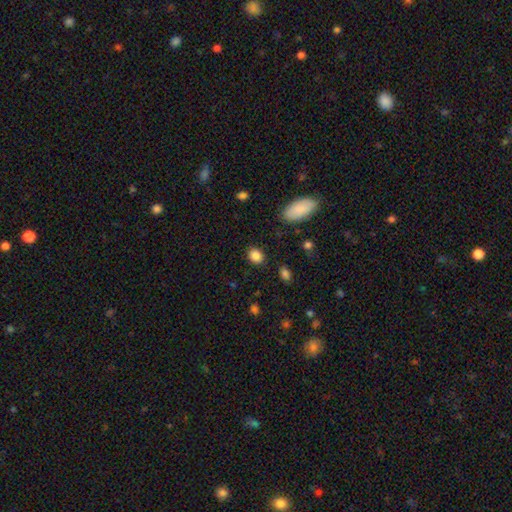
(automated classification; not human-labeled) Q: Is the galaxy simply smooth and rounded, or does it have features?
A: smooth — 86%.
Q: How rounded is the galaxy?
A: in between — 53%.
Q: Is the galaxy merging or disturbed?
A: none — 87%.